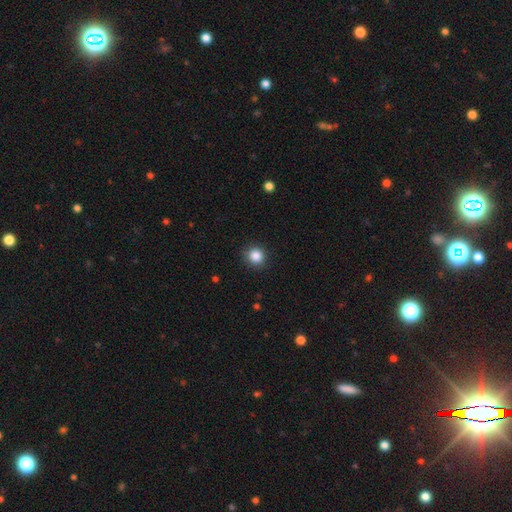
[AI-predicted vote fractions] Smooth or featured? Predicted: smooth (p=0.86). How rounded? Predicted: round (p=0.90). Merging? Predicted: none (p=0.89).